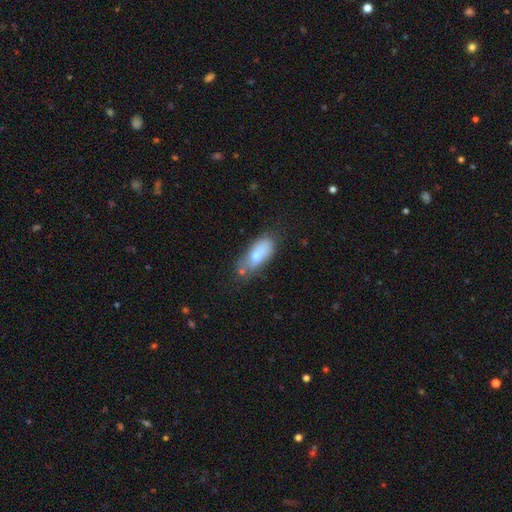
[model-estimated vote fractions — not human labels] smooth_or_featured: smooth (p=0.69) [alt: featured or disk p=0.22]
how_rounded: in between (p=0.82) [alt: cigar-shaped p=0.14]
merging: none (p=0.49) [alt: minor disturbance p=0.27]